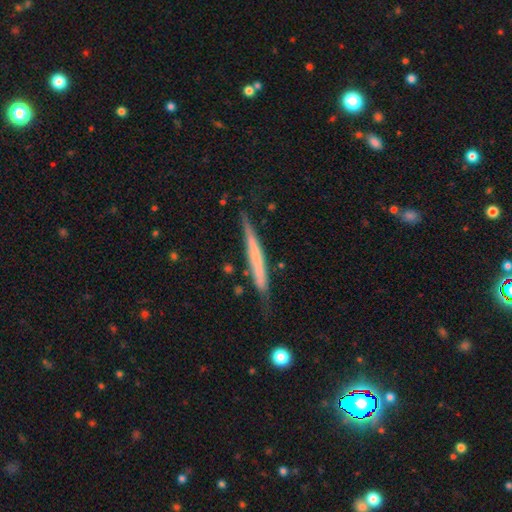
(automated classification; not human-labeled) This is possibly a smooth galaxy (49%). Merging: likely none (73%).